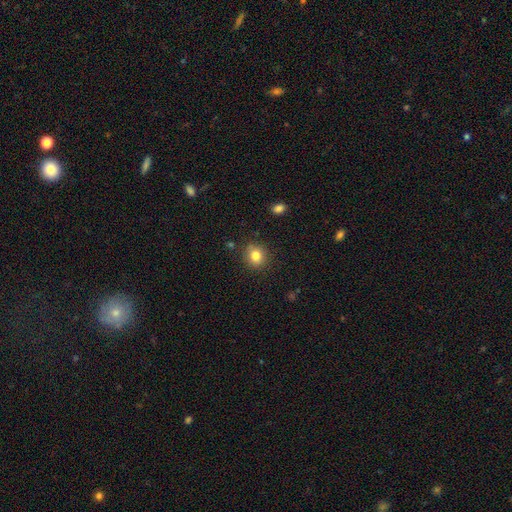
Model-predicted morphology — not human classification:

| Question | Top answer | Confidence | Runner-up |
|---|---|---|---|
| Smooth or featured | smooth | 82% | star or artifact (11%) |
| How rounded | round | 79% | in between (20%) |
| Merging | none | 87% | minor disturbance (9%) |